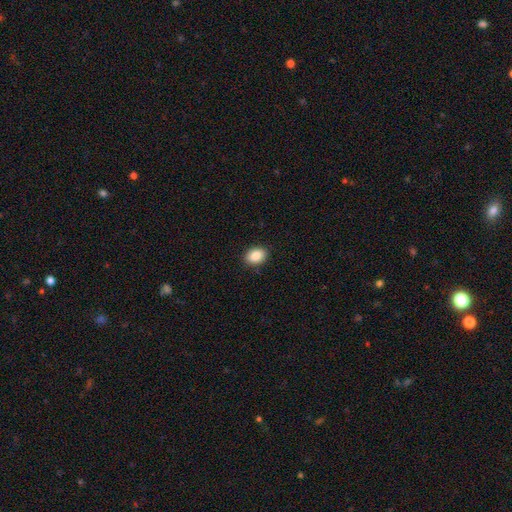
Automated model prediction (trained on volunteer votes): The model was most divided on "how rounded": in between: 70%, round: 29%, cigar-shaped: 1%. More confident: merging — none (90%); smooth or featured — smooth (88%).